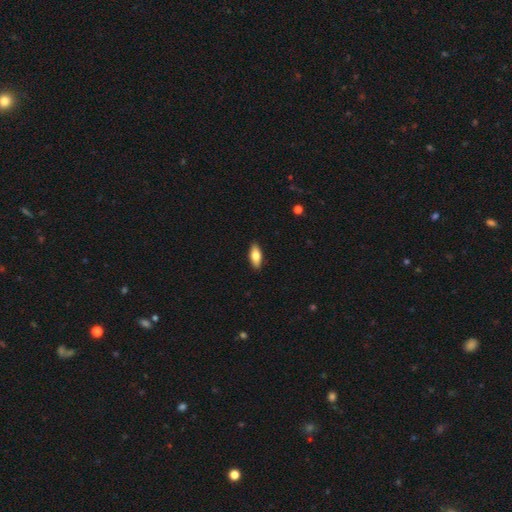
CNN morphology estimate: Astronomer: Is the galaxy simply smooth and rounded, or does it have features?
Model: smooth — 77%.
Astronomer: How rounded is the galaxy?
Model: in between — 80%.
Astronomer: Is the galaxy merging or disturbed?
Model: none — 89%.